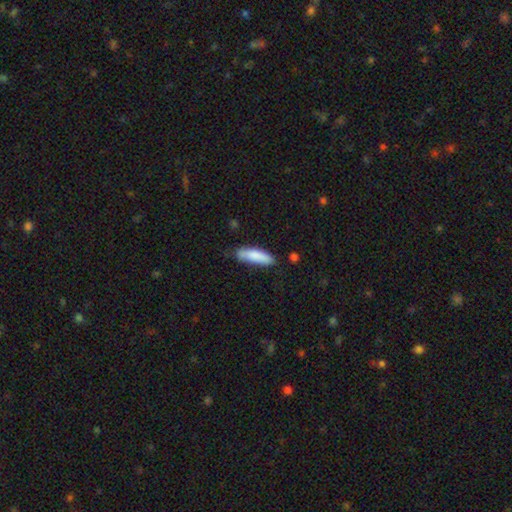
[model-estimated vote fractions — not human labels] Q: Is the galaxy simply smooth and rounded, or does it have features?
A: smooth — 84%.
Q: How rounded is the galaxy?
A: cigar-shaped — 57%.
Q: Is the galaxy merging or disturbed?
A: none — 69%.